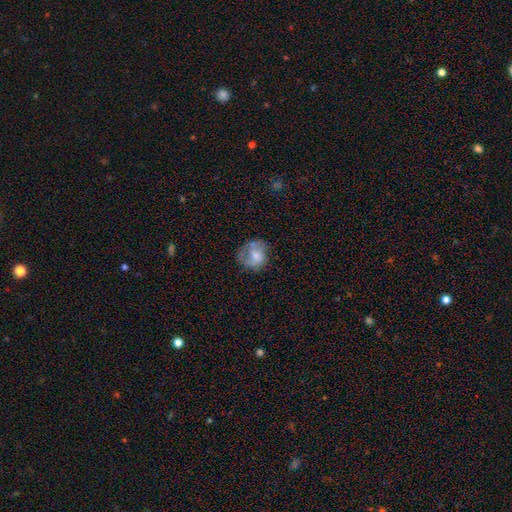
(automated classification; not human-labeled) smooth-or-featured: smooth: 52% | featured or disk: 40% | star or artifact: 8%
  how-rounded: round: 72% | in between: 27% | cigar-shaped: 1%
  merging: none: 53% | minor disturbance: 26% | major disturbance: 18% | merger: 4%